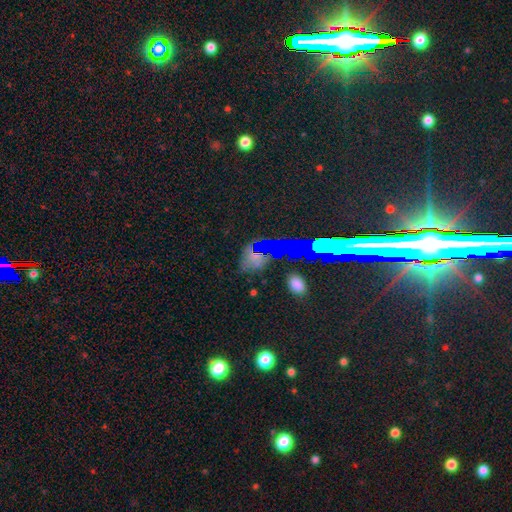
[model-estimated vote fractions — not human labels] The model was most divided on "smooth or featured": smooth: 46%, star or artifact: 37%, featured or disk: 18%. More confident: merging — none (72%).